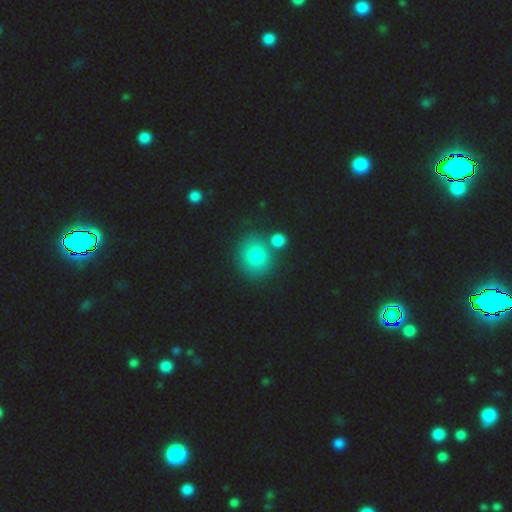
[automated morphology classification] Q: Smooth or featured?
A: smooth (77%); runner-up: star or artifact (15%)
Q: How rounded?
A: round (75%); runner-up: in between (24%)
Q: Merging?
A: none (69%); runner-up: merger (17%)